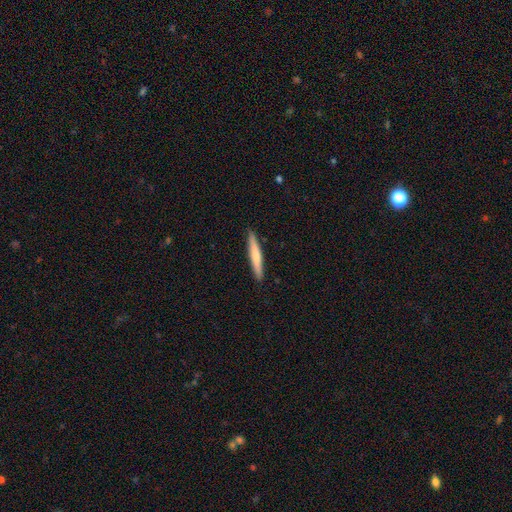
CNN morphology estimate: Smooth or featured? smooth (63%)
How rounded? cigar-shaped (94%)
Merging? none (91%)